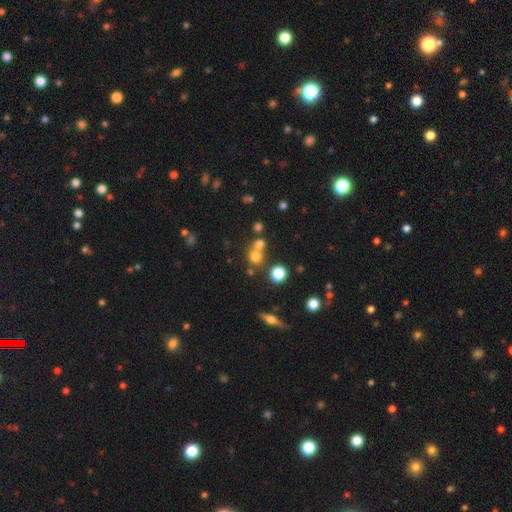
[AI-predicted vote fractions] Overall: smooth (68%). How rounded: round (87%). Merging: none (55%; merger 35%).